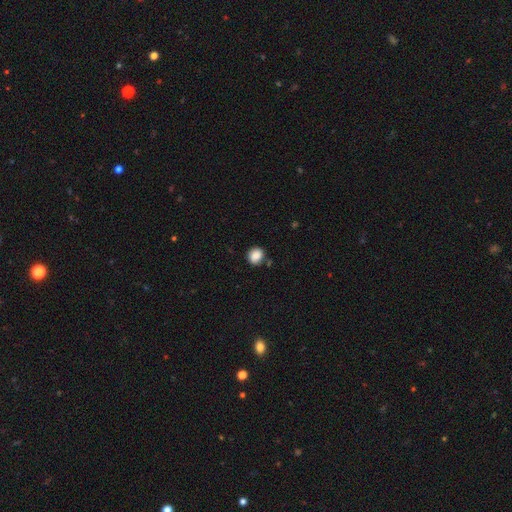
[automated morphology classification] A smooth galaxy with no disk features (87%) that is round (67%). Merging: none (78%).